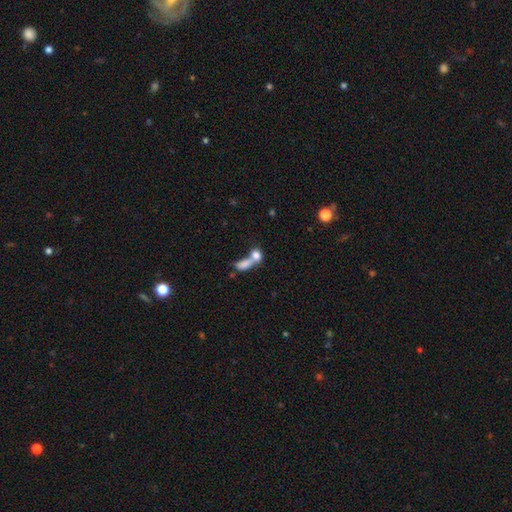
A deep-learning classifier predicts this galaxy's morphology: Smooth or featured?
  - smooth: 75% *
  - featured or disk: 15%
  - star or artifact: 10%
How rounded?
  - in between: 61% *
  - round: 29%
  - cigar-shaped: 10%
Merging?
  - merger: 70% *
  - none: 17%
  - major disturbance: 7%
  - minor disturbance: 6%